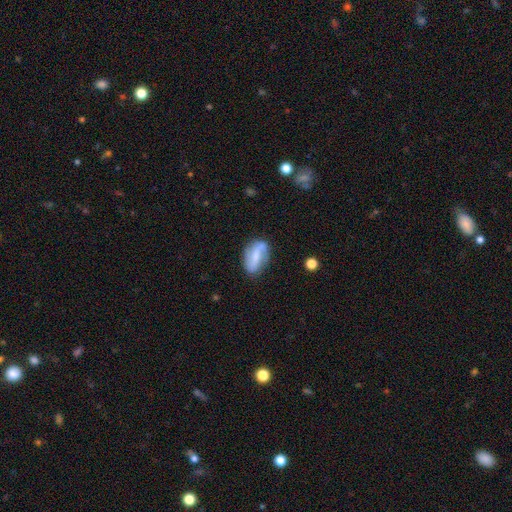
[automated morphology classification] Smooth or featured: featured or disk — 63% (smooth — 30%)
Edge-on disk: no — 94% (yes — 6%)
Bar: strong — 37% (weak — 36%)
Spiral arms: yes — 85% (no — 15%)
Spiral winding: loose — 64% (medium — 25%)
Spiral arm count: 2 — 87% (can't tell — 6%)
Bulge size: small — 49% (moderate — 32%)
Merging: none — 72% (minor disturbance — 19%)